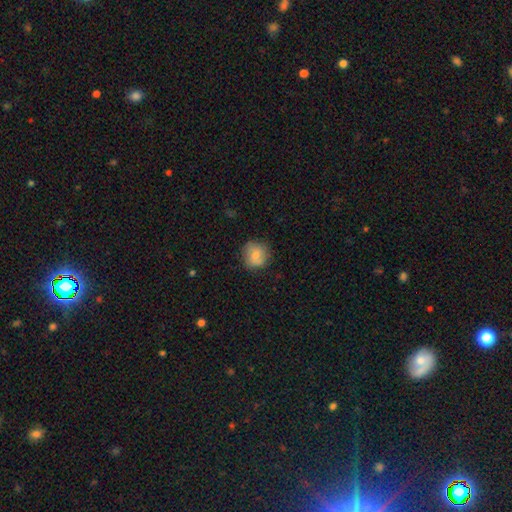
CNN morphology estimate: smooth_or_featured: smooth (p=0.74) [alt: featured or disk p=0.18]
how_rounded: round (p=0.88) [alt: in between p=0.11]
merging: none (p=0.78) [alt: minor disturbance p=0.17]